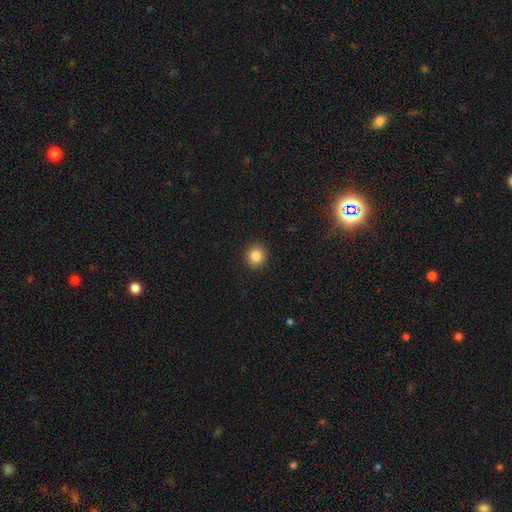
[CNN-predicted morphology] Smooth or featured: smooth — 84% (star or artifact — 10%)
How rounded: round — 91% (in between — 8%)
Merging: none — 93% (minor disturbance — 5%)